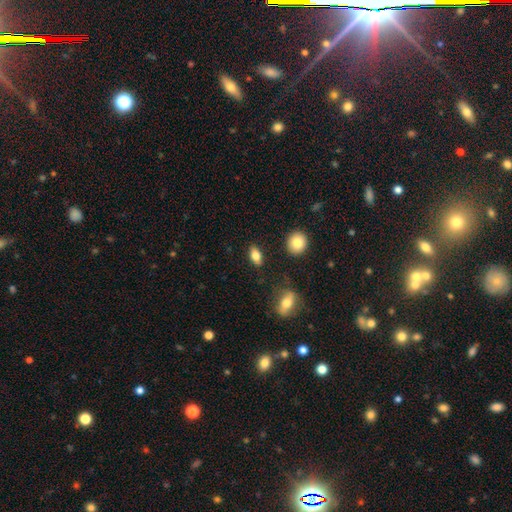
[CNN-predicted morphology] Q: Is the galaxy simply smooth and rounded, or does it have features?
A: smooth — 77%.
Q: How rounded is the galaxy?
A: in between — 85%.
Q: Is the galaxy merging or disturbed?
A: none — 85%.